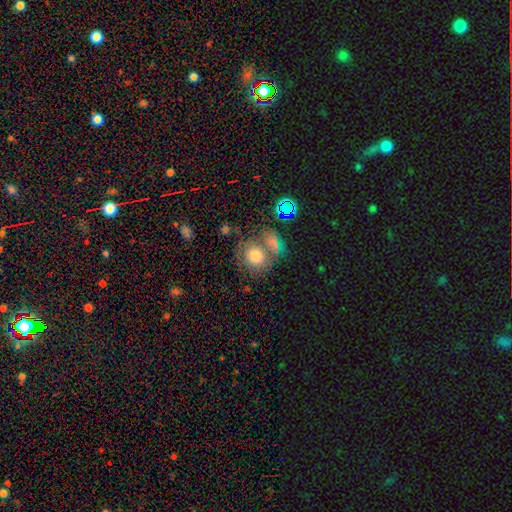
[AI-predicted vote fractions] A smooth galaxy with no disk features (70%) that is round (80%).

Vote fractions:
- Smooth or featured? smooth: 70% / star or artifact: 15% / featured or disk: 15%
- How rounded? round: 80% / in between: 19% / cigar-shaped: 1%
- Merging? none: 53% / merger: 27% / minor disturbance: 13% / major disturbance: 7%